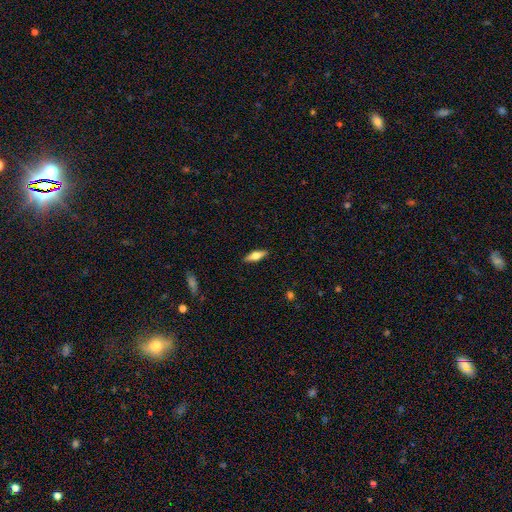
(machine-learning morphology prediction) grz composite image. It shows a smooth galaxy with no disk features (51%) that is in between round and cigar-shaped (50%). Merging: none (89%).